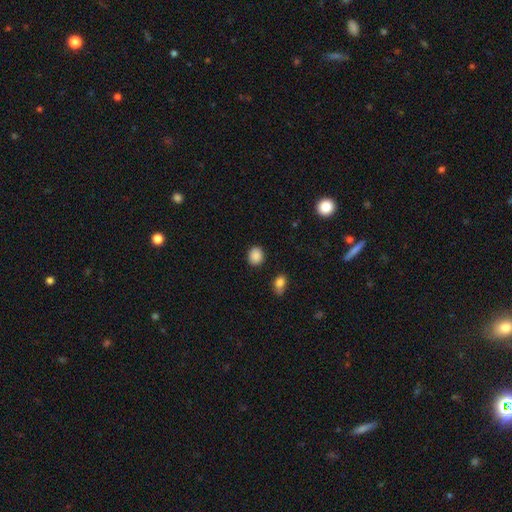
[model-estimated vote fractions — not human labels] smooth_or_featured: smooth (p=0.88) [alt: star or artifact p=0.09]
how_rounded: round (p=0.66) [alt: in between p=0.33]
merging: none (p=0.87) [alt: minor disturbance p=0.08]